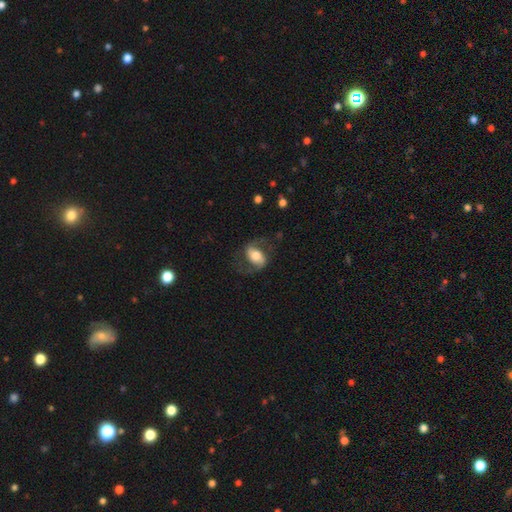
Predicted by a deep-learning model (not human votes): Overall: featured or disk (68%). Edge-on disk: no (96%). Bar: weak (36%; no 33%). Spiral arms: yes (90%). Spiral arm count: 2 (90%). Spiral winding: medium (46%; loose 42%). Bulge size: moderate (54%; large 27%). Merging: none (66%).